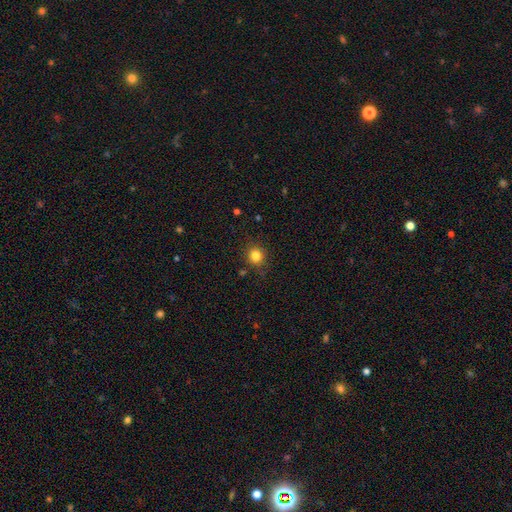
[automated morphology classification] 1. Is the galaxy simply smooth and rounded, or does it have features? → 82% smooth, 12% star or artifact, 5% featured or disk.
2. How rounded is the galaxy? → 86% round, 13% in between, 1% cigar-shaped.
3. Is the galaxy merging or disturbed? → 85% none, 10% minor disturbance, 3% major disturbance, 2% merger.